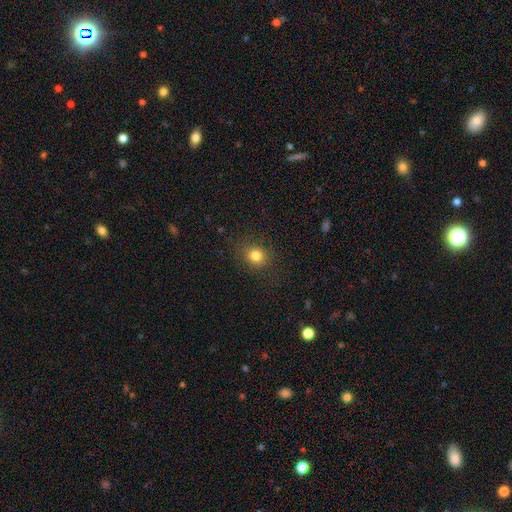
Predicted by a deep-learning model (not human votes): smooth 81%, star or artifact 13%, featured or disk 6%. Down the decision tree: how rounded — round (76%); merging — none (85%).